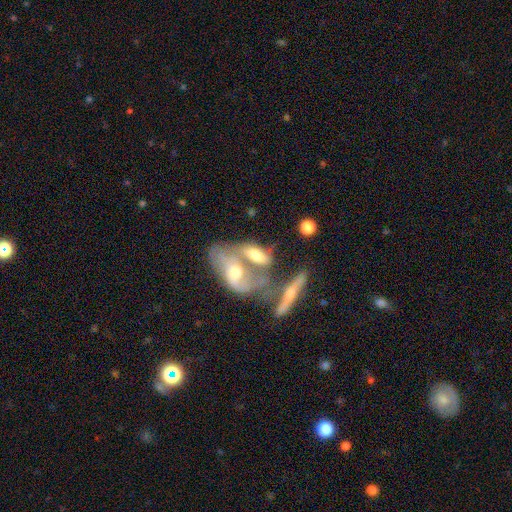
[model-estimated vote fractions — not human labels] featured or disk 53%, smooth 38%, star or artifact 10%. Down the decision tree: edge-on disk — no (67%); merging — merger (66%).